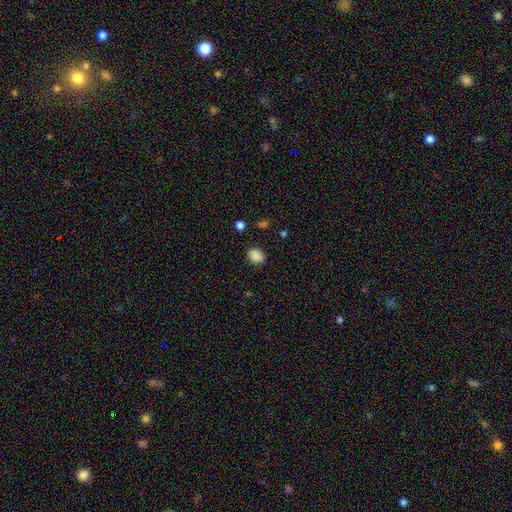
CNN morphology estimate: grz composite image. It shows a smooth galaxy with no disk features (86%) that is in between round and cigar-shaped (57%). Merging: none (81%).